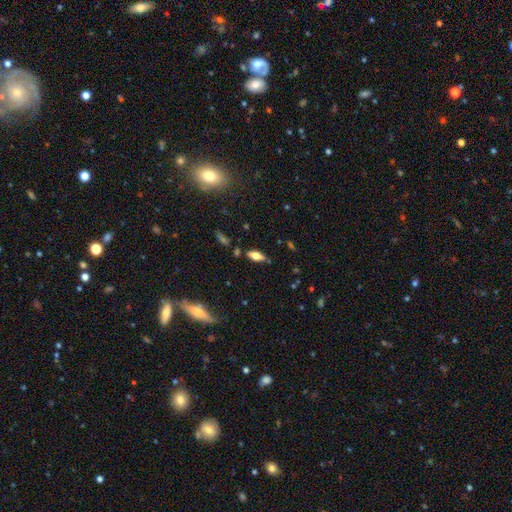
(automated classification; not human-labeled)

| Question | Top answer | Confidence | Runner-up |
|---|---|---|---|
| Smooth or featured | smooth | 61% | featured or disk (30%) |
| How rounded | in between | 79% | cigar-shaped (18%) |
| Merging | none | 78% | minor disturbance (14%) |